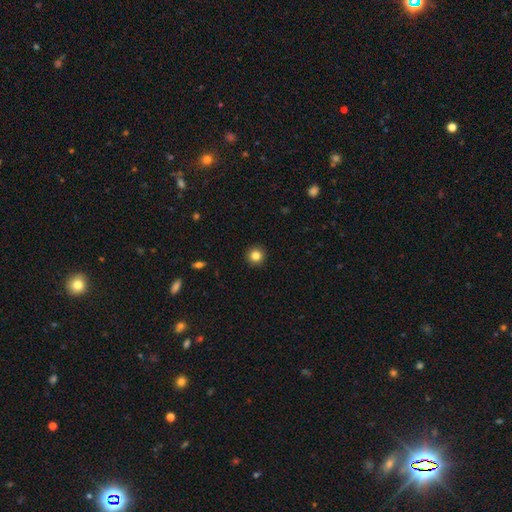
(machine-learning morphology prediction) Smooth or featured? Predicted: smooth (p=0.83). How rounded? Predicted: round (p=0.95). Merging? Predicted: none (p=0.93).